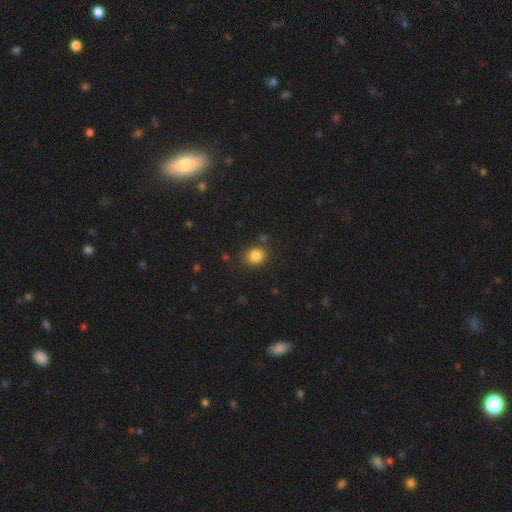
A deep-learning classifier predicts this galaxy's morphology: smooth 84%, star or artifact 11%, featured or disk 6%. Down the decision tree: how rounded — round (61%); merging — none (80%).